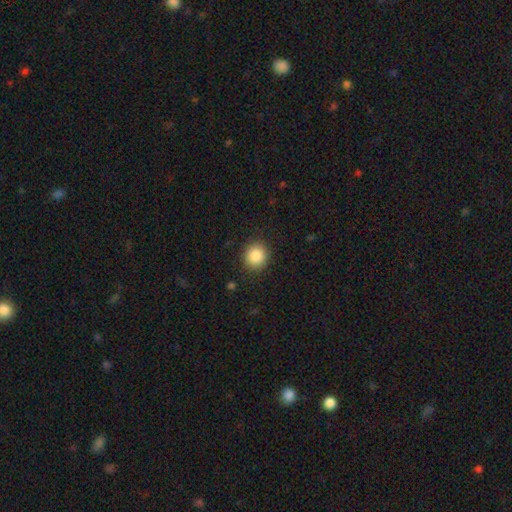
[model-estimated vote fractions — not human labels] Smooth or featured? Predicted: smooth (p=0.87). How rounded? Predicted: round (p=0.86). Merging? Predicted: none (p=0.89).